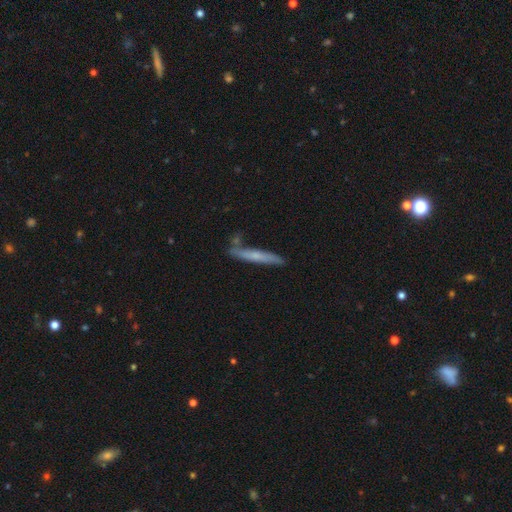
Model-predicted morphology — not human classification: This appears to be a smooth galaxy with no disk features (51%) that is cigar-shaped (94%). Merging: none (72%).